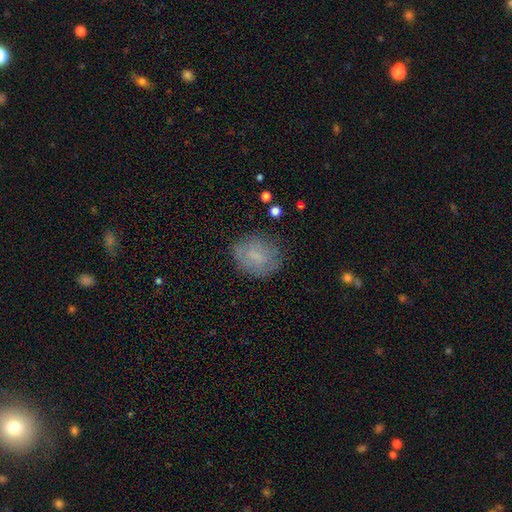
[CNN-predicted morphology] Smooth or featured? Predicted: smooth (p=0.64). How rounded? Predicted: round (p=0.59). Merging? Predicted: none (p=0.73).